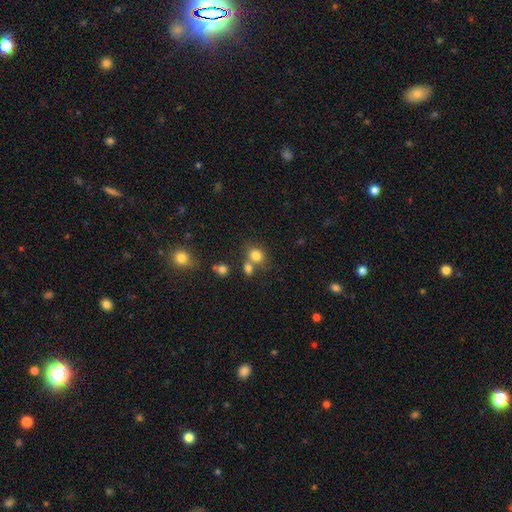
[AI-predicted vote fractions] smooth-or-featured: smooth: 79% | star or artifact: 13% | featured or disk: 8%
  how-rounded: round: 65% | in between: 34% | cigar-shaped: 1%
  merging: none: 52% | merger: 32% | minor disturbance: 11% | major disturbance: 4%